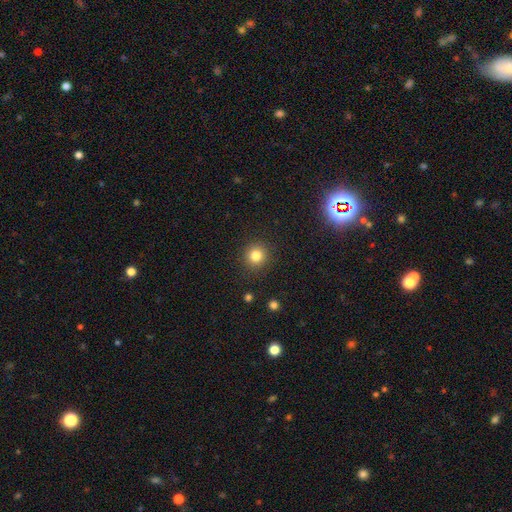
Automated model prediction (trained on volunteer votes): Morphology: type=smooth (81%); roundness=round (93%); merging=none (91%).